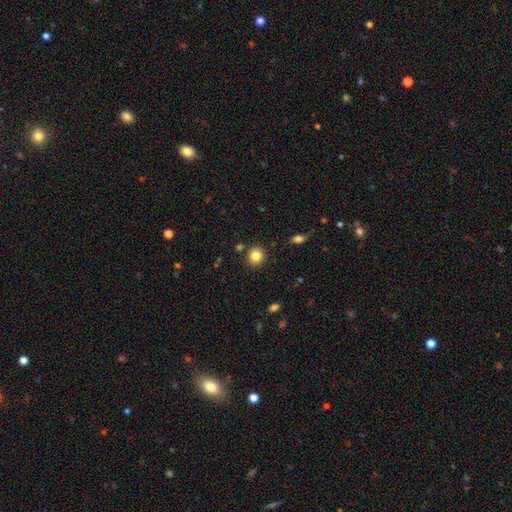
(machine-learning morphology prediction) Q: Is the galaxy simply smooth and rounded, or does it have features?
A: smooth — 83%.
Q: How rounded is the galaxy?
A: round — 87%.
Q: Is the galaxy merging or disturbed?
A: none — 88%.